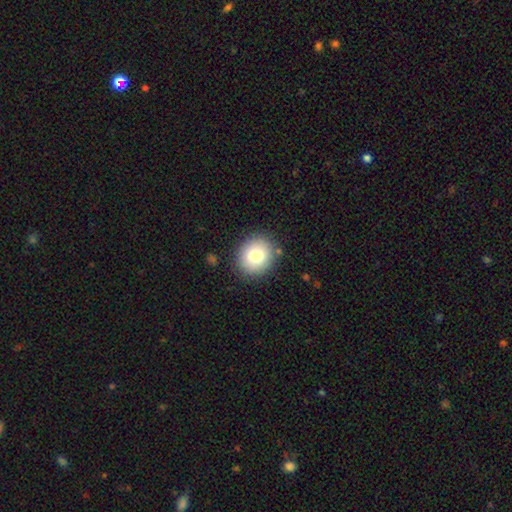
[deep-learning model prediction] This is likely a smooth galaxy (79%). How rounded: likely round (79%). Merging: clearly none (87%).